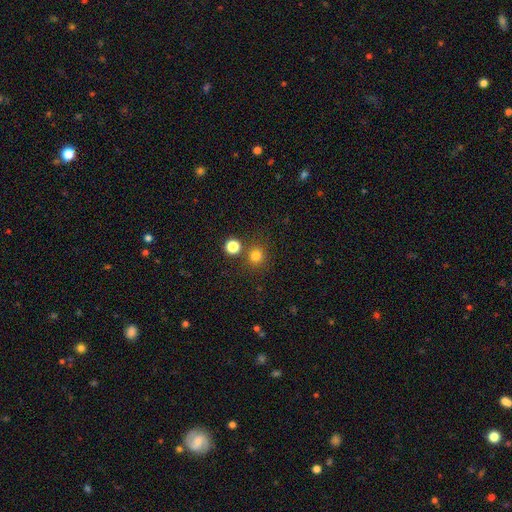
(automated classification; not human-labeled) A smooth galaxy with no disk features (78%) that is round (92%).

Vote fractions:
- Smooth or featured? smooth: 78% / star or artifact: 16% / featured or disk: 5%
- How rounded? round: 92% / in between: 7% / cigar-shaped: 1%
- Merging? none: 77% / merger: 13% / minor disturbance: 7% / major disturbance: 3%